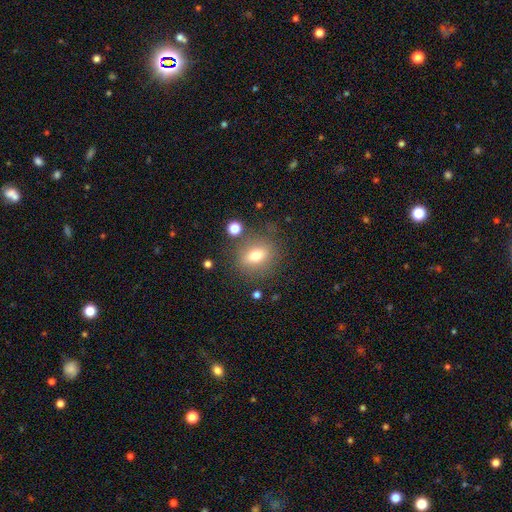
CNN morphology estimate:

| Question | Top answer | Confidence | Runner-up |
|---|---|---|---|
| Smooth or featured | smooth | 70% | featured or disk (19%) |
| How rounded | in between | 52% | round (44%) |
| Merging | none | 77% | minor disturbance (13%) |